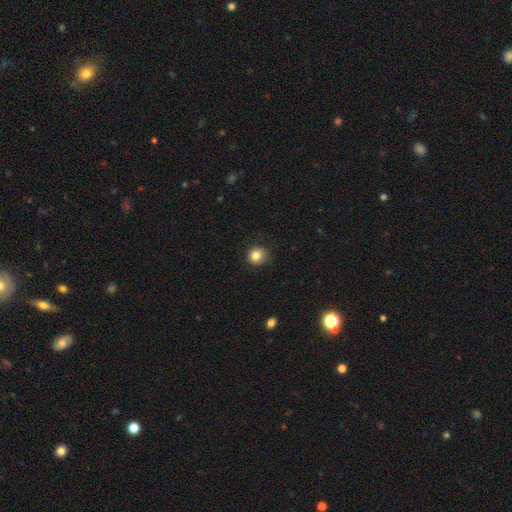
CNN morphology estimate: Overall: smooth (82%). How rounded: round (88%). Merging: none (85%).